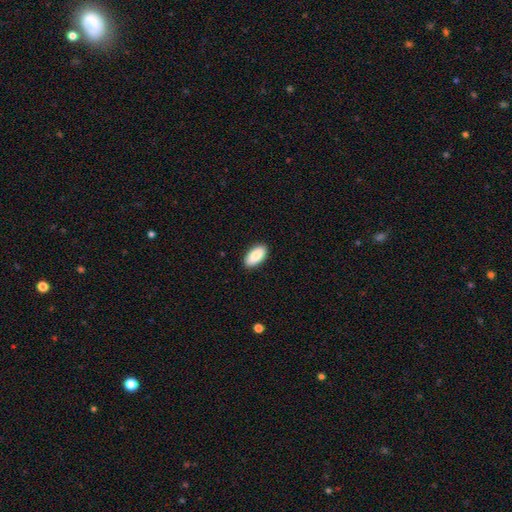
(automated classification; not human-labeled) This is clearly a smooth galaxy (88%). How rounded: clearly in between (94%). Merging: clearly none (90%).